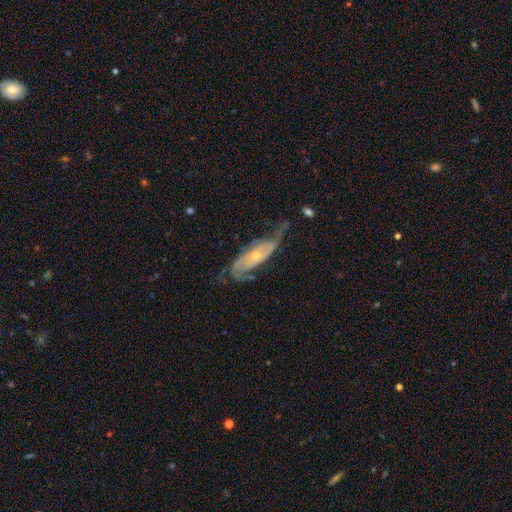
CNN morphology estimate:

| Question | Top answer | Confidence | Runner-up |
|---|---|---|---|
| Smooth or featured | featured or disk | 82% | smooth (12%) |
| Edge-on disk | no | 88% | yes (12%) |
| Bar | no | 65% | weak (26%) |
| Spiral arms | yes | 94% | no (6%) |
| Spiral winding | medium | 41% | tight (39%) |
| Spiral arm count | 2 | 56% | can't tell (18%) |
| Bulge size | small | 67% | moderate (29%) |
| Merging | none | 56% | minor disturbance (25%) |